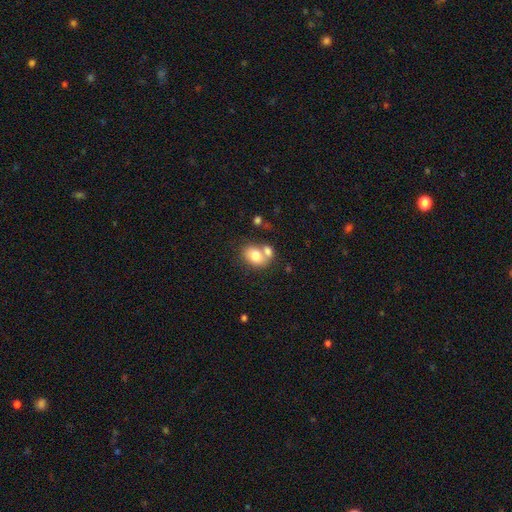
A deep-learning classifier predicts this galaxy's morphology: Smooth or featured? Predicted: smooth (p=0.75). How rounded? Predicted: in between (p=0.64). Merging? Predicted: merger (p=0.50).